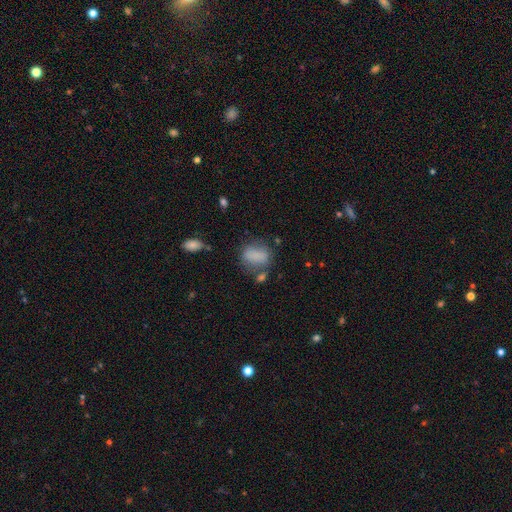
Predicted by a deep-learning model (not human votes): Smooth or featured? Predicted: smooth (p=0.79). How rounded? Predicted: in between (p=0.68). Merging? Predicted: none (p=0.55).